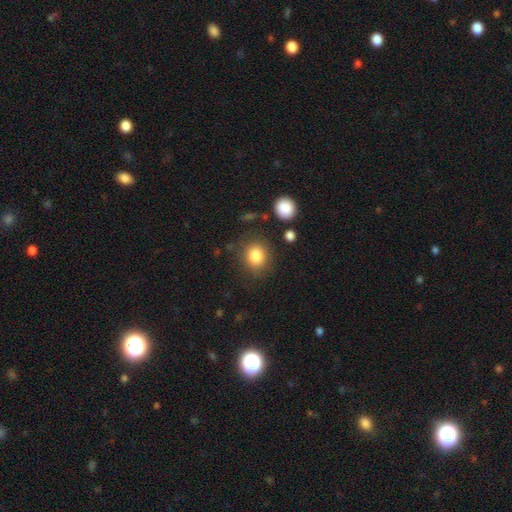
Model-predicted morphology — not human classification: The model was most divided on "how rounded": round: 70%, in between: 29%, cigar-shaped: 1%. More confident: smooth or featured — smooth (84%); merging — none (80%).